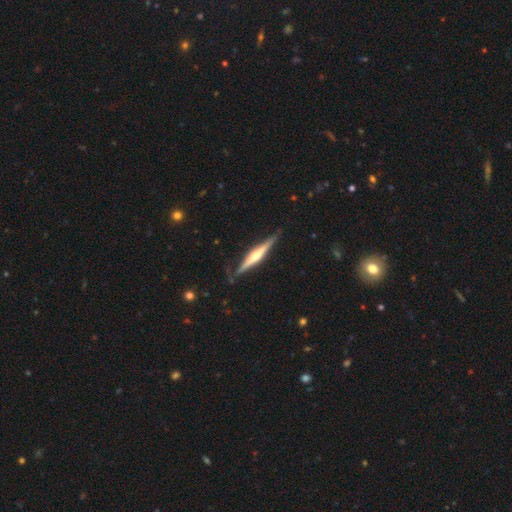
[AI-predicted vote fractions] Smooth or featured?
  - featured or disk: 74% *
  - smooth: 21%
  - star or artifact: 5%
Edge-on disk?
  - yes: 98% *
  - no: 2%
Edge-on bulge?
  - rounded: 82% *
  - boxy: 10%
  - none: 8%
Merging?
  - none: 84% *
  - minor disturbance: 12%
  - major disturbance: 2%
  - merger: 2%